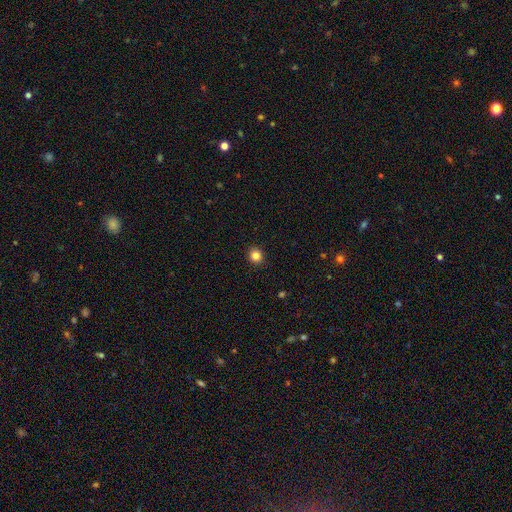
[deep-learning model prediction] This appears to be a smooth galaxy with no disk features (84%) that is round (90%). Merging: none (93%).